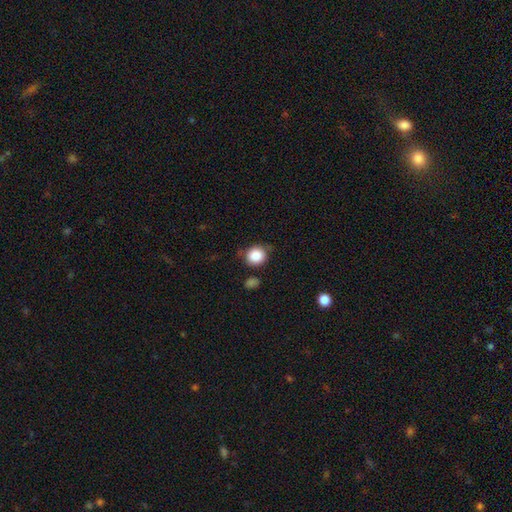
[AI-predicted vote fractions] Overall: smooth (87%). How rounded: round (85%). Merging: none (74%).